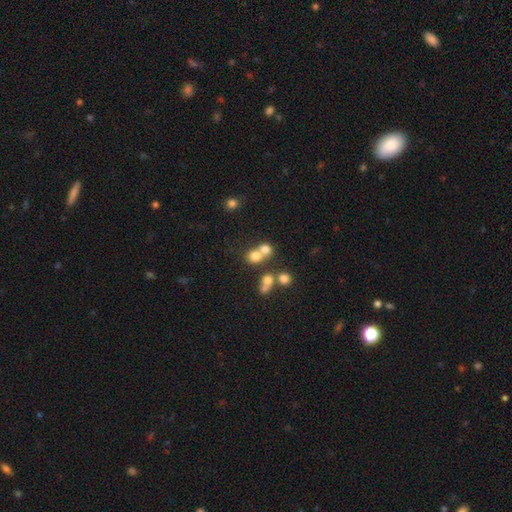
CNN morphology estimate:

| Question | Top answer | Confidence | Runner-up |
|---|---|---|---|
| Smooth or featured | smooth | 70% | star or artifact (16%) |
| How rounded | round | 82% | in between (17%) |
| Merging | merger | 49% | none (41%) |